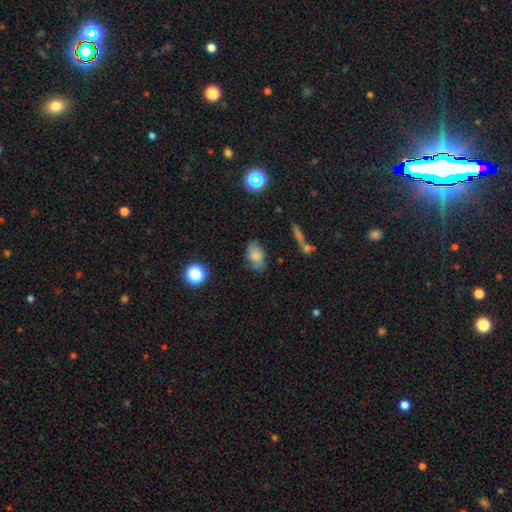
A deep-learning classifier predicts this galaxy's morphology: The model was most divided on "merging": none: 69%, minor disturbance: 22%, major disturbance: 6%, merger: 3%. More confident: how rounded — in between (87%); smooth or featured — smooth (72%).